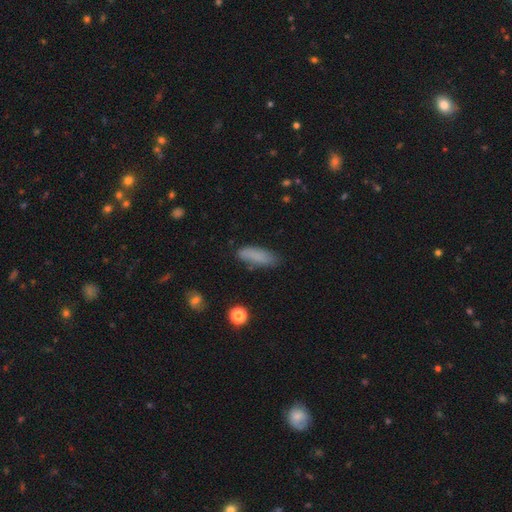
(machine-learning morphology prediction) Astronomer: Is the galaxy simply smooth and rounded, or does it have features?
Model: smooth — 82%.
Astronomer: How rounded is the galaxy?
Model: in between — 58% (runner-up: cigar-shaped, 40%).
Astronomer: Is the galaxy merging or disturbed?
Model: none — 72%.